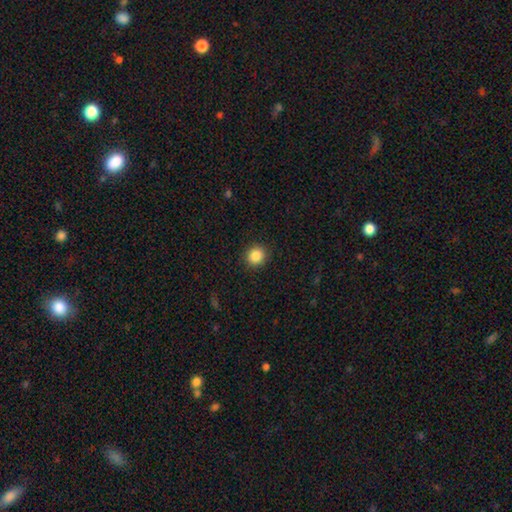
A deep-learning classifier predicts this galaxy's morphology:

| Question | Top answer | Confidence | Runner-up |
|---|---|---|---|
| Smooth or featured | smooth | 86% | star or artifact (10%) |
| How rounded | round | 85% | in between (14%) |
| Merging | none | 91% | minor disturbance (6%) |